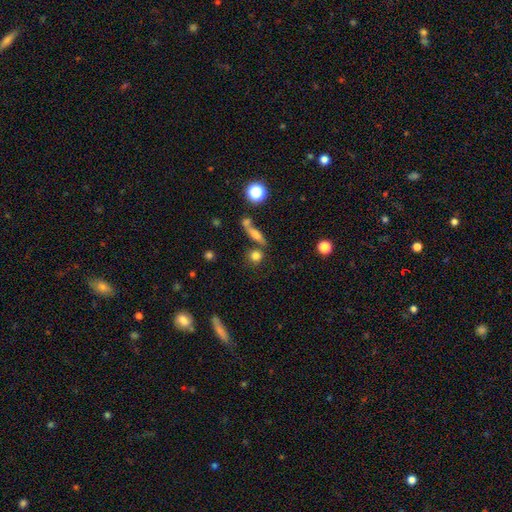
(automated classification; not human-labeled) This is likely a smooth galaxy (74%). How rounded: likely round (70%). Merging: likely none (66%).